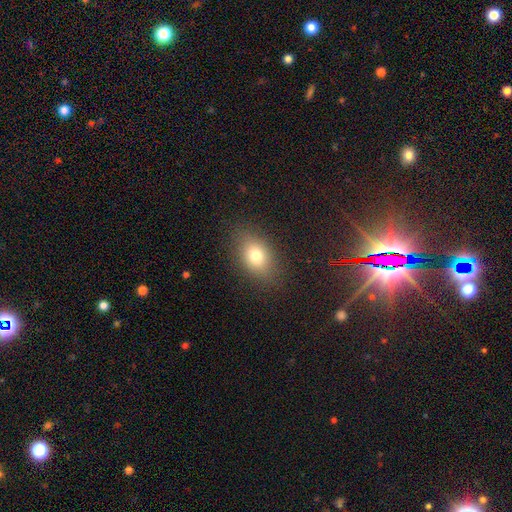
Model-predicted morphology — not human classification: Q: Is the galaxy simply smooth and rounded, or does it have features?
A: smooth — 75%.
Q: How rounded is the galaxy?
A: in between — 75%.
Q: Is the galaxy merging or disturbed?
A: none — 84%.